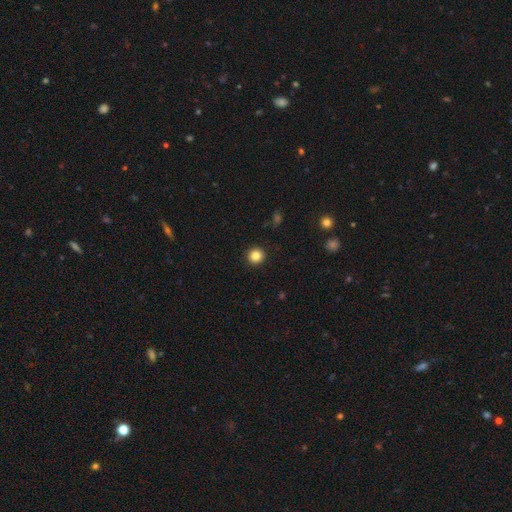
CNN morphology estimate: A smooth galaxy with no disk features (85%) that is round (94%). Merging: none (93%).